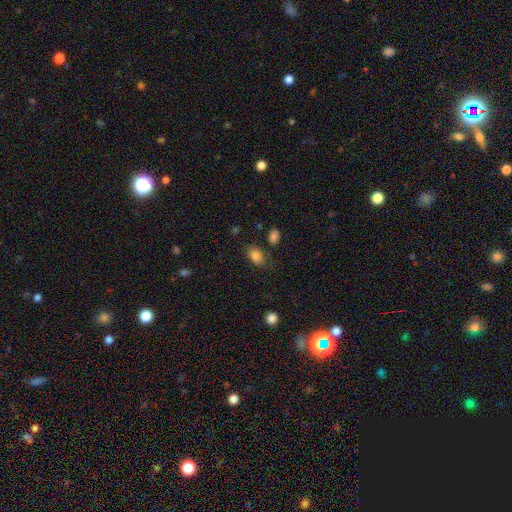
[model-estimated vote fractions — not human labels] smooth_or_featured: smooth (p=0.83) [alt: star or artifact p=0.10]
how_rounded: in between (p=0.81) [alt: round p=0.17]
merging: none (p=0.74) [alt: minor disturbance p=0.16]